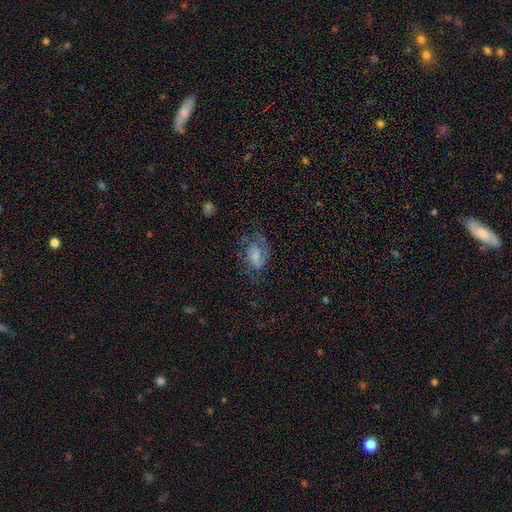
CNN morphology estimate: Smooth or featured?
  - featured or disk: 65% *
  - smooth: 27%
  - star or artifact: 9%
Edge-on disk?
  - no: 97% *
  - yes: 3%
Bar?
  - weak: 47% *
  - no: 38%
  - strong: 15%
Spiral arms?
  - yes: 87% *
  - no: 13%
Spiral winding?
  - medium: 48% *
  - tight: 29%
  - loose: 23%
Spiral arm count?
  - 2: 62% *
  - 1: 18%
  - can't tell: 13%
  - 3: 3%
  - 4: 2%
  - more than 4: 1%
Bulge size?
  - small: 33% *
  - none: 29%
  - moderate: 26%
  - large: 10%
  - dominant: 2%
Merging?
  - none: 56% *
  - minor disturbance: 22%
  - major disturbance: 20%
  - merger: 2%